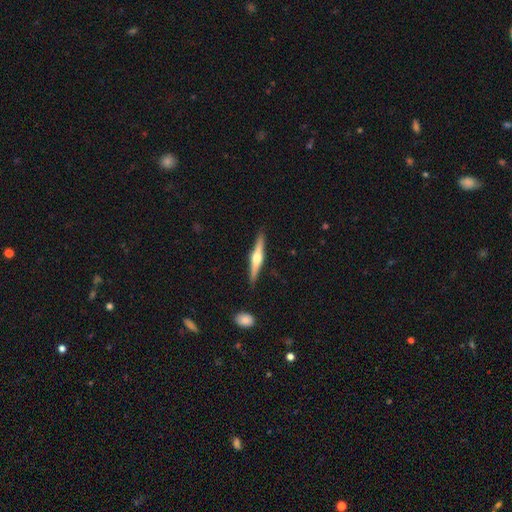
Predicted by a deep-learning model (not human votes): Overall: featured or disk (74%). Edge-on disk: yes (98%). Edge-on bulge: rounded (94%). Merging: none (90%).